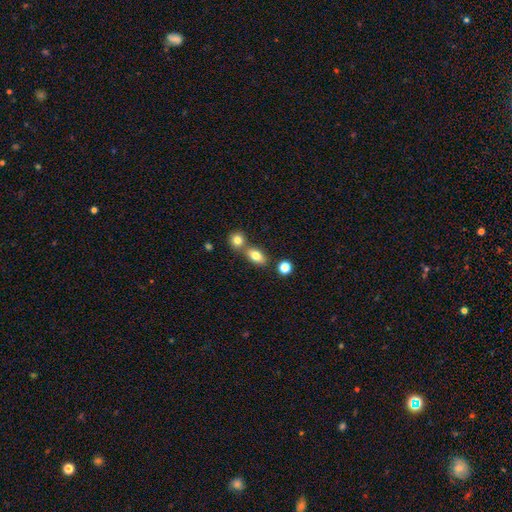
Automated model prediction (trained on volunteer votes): Smooth or featured: smooth — 79% (featured or disk — 12%)
How rounded: in between — 78% (round — 18%)
Merging: none — 56% (merger — 31%)